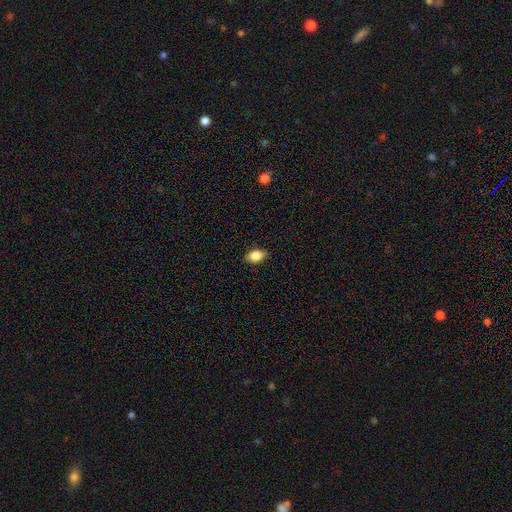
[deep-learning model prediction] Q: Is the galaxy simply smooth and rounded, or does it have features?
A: smooth — 83%.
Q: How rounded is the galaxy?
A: in between — 86%.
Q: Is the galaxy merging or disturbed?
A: none — 86%.